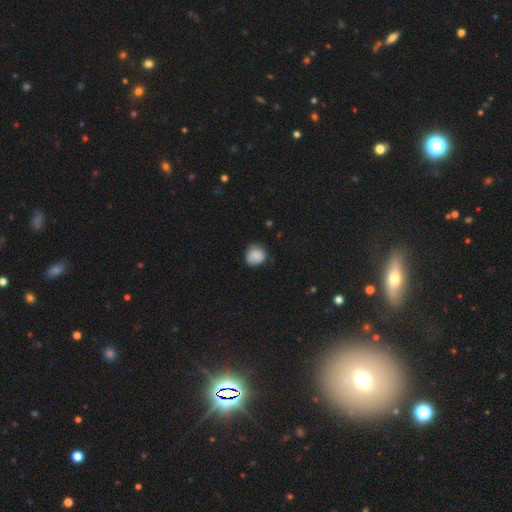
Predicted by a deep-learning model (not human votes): Morphology: type=smooth (86%); roundness=round (80%); merging=none (70%).